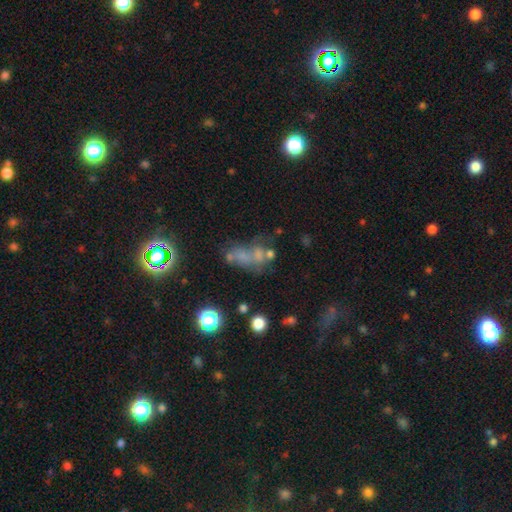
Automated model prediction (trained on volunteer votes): The model was most divided on "merging": merger: 37%, none: 26%, major disturbance: 23%, minor disturbance: 15%. Remaining: smooth or featured — smooth (48%).